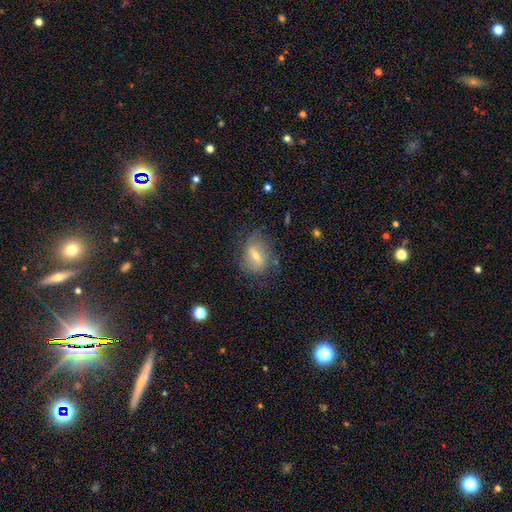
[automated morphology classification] This appears to be a smooth galaxy with no disk features (47%). Merging: none (65%).